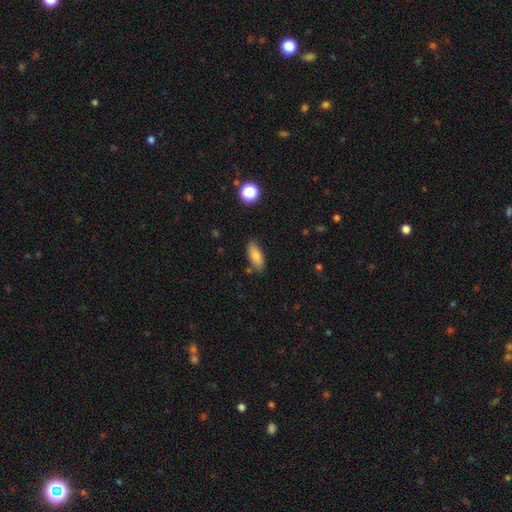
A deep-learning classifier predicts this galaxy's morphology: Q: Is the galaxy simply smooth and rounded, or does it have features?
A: smooth — 83%.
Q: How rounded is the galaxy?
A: in between — 83%.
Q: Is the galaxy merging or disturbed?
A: none — 81%.